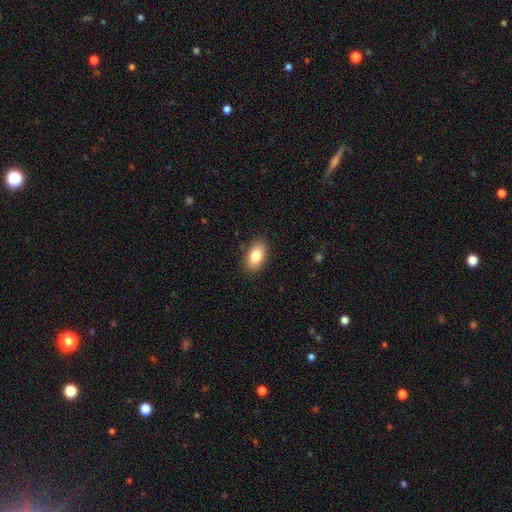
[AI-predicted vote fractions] Smooth or featured? Predicted: smooth (p=0.83). How rounded? Predicted: in between (p=0.92). Merging? Predicted: none (p=0.87).